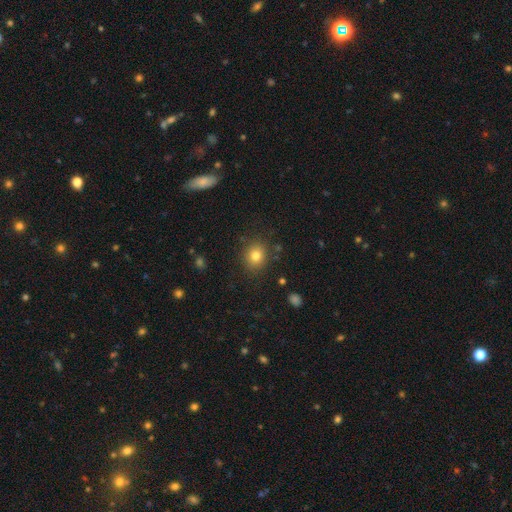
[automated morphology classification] smooth-or-featured: smooth: 80% | star or artifact: 12% | featured or disk: 8%
  how-rounded: round: 72% | in between: 27% | cigar-shaped: 1%
  merging: none: 85% | minor disturbance: 10% | major disturbance: 3% | merger: 2%